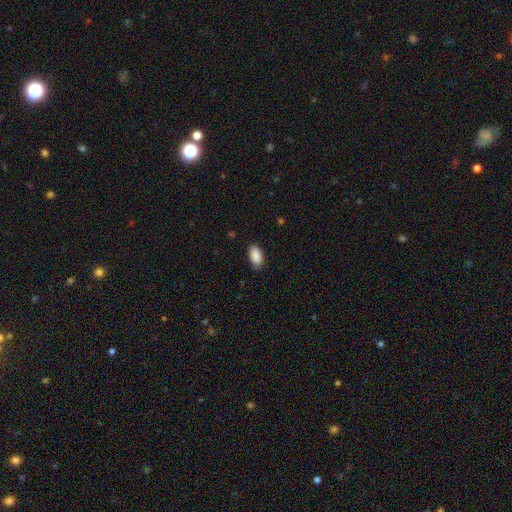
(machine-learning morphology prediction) A smooth galaxy with no disk features (90%) that is in between round and cigar-shaped (94%).

Vote fractions:
- Smooth or featured? smooth: 90% / star or artifact: 6% / featured or disk: 3%
- How rounded? in between: 94% / round: 4% / cigar-shaped: 2%
- Merging? none: 85% / minor disturbance: 12% / major disturbance: 2% / merger: 1%